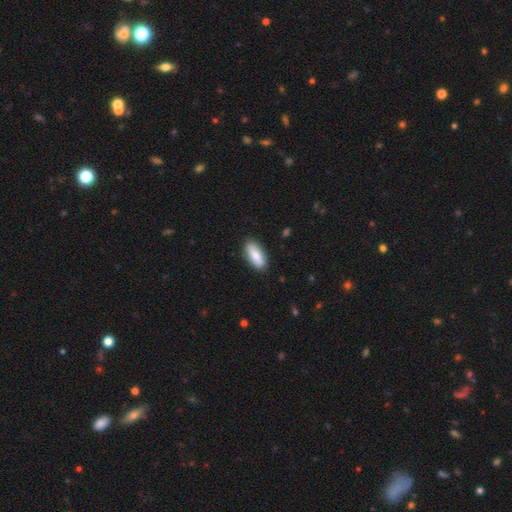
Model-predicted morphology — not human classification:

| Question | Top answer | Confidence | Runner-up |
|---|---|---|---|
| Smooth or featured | smooth | 79% | featured or disk (15%) |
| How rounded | in between | 76% | cigar-shaped (22%) |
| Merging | none | 88% | minor disturbance (9%) |